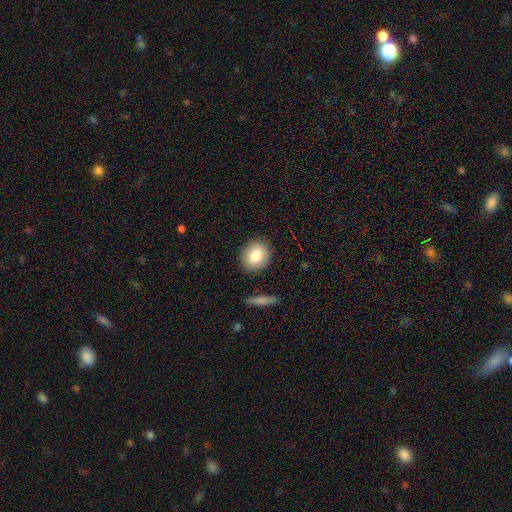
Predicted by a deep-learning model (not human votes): smooth-or-featured: smooth: 83% | featured or disk: 9% | star or artifact: 8%
  how-rounded: round: 63% | in between: 35% | cigar-shaped: 1%
  merging: none: 88% | minor disturbance: 8% | major disturbance: 2% | merger: 2%